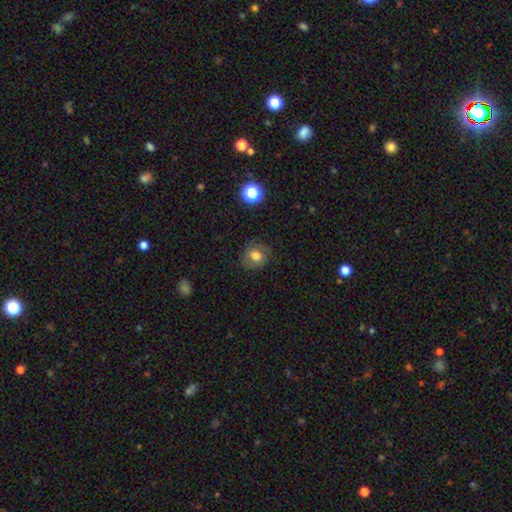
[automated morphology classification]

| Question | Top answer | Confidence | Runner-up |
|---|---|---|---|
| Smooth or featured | smooth | 65% | featured or disk (21%) |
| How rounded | round | 72% | in between (27%) |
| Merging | none | 70% | minor disturbance (19%) |